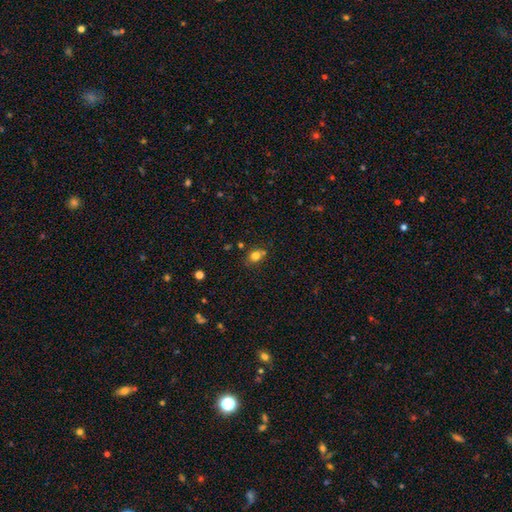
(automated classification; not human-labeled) Q: Smooth or featured?
A: smooth (79%); runner-up: star or artifact (13%)
Q: How rounded?
A: round (50%); runner-up: in between (49%)
Q: Merging?
A: none (69%); runner-up: minor disturbance (16%)